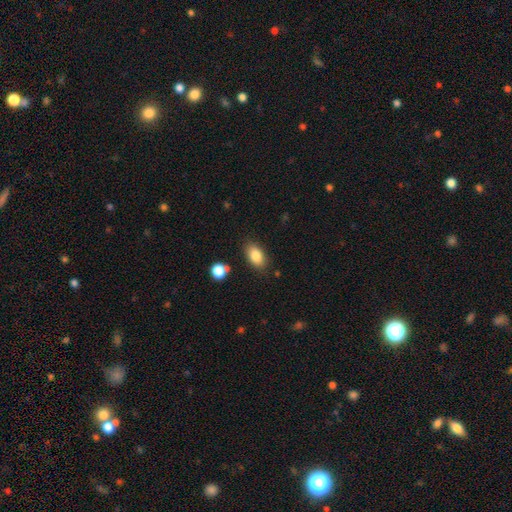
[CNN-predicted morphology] A smooth galaxy with no disk features (85%) that is in between round and cigar-shaped (89%). Merging: none (83%).